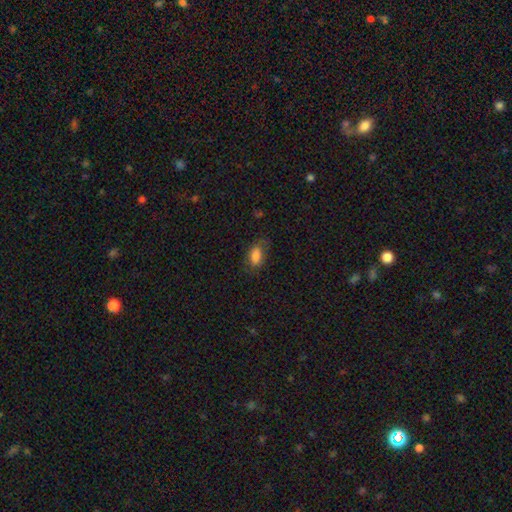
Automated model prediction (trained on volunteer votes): smooth 78%, featured or disk 13%, star or artifact 9%. Down the decision tree: how rounded — in between (90%); merging — none (65%).